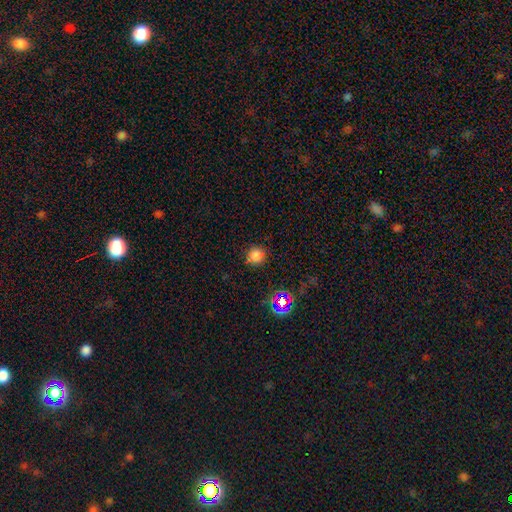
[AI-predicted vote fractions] smooth-or-featured: smooth: 78% | star or artifact: 18% | featured or disk: 5%
  how-rounded: round: 86% | in between: 13% | cigar-shaped: 1%
  merging: none: 81% | minor disturbance: 14% | major disturbance: 3% | merger: 2%